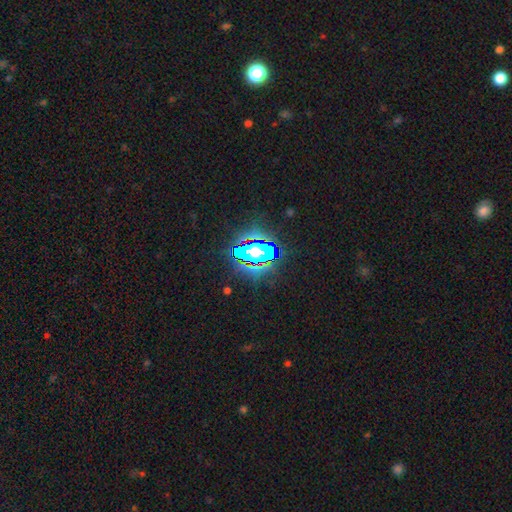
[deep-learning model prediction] This appears to be a star or artifact, not a galaxy (73%).